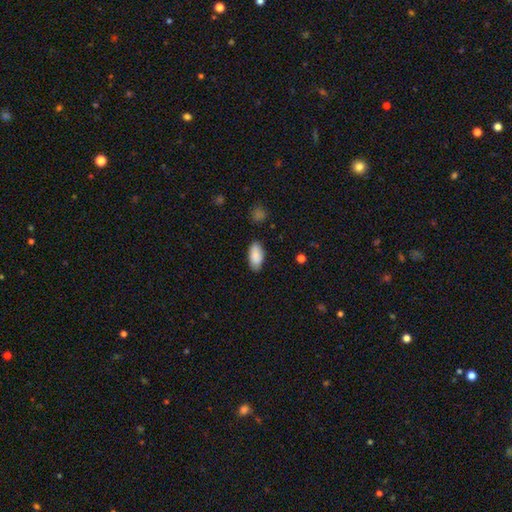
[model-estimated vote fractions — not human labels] Smooth or featured? smooth (88%)
How rounded? in between (92%)
Merging? none (85%)